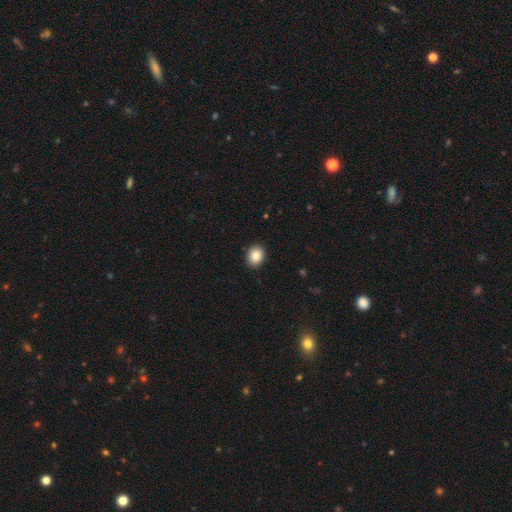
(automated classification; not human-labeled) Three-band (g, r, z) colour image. It shows a smooth galaxy with no disk features (85%) that is round (53%). Merging: none (91%).